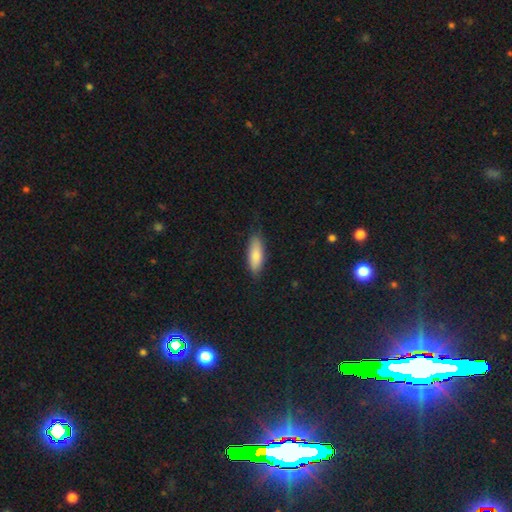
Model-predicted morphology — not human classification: A smooth galaxy with no disk features (84%) that is in between round and cigar-shaped (62%).

Vote fractions:
- Smooth or featured? smooth: 84% / featured or disk: 11% / star or artifact: 6%
- How rounded? in between: 62% / cigar-shaped: 37% / round: 2%
- Merging? none: 80% / minor disturbance: 16% / major disturbance: 3% / merger: 1%